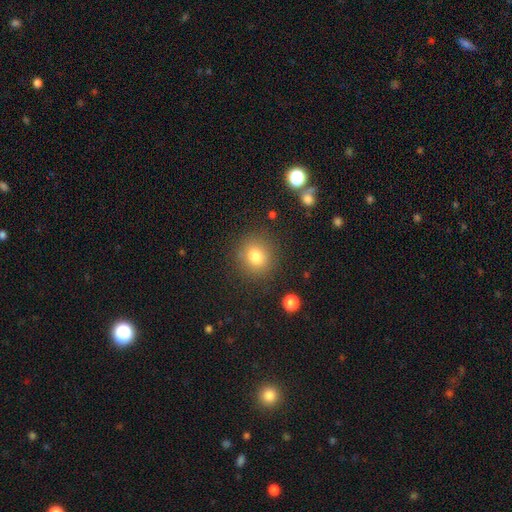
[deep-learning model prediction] Q: Smooth or featured?
A: smooth (79%); runner-up: star or artifact (12%)
Q: How rounded?
A: round (86%); runner-up: in between (13%)
Q: Merging?
A: none (86%); runner-up: minor disturbance (8%)